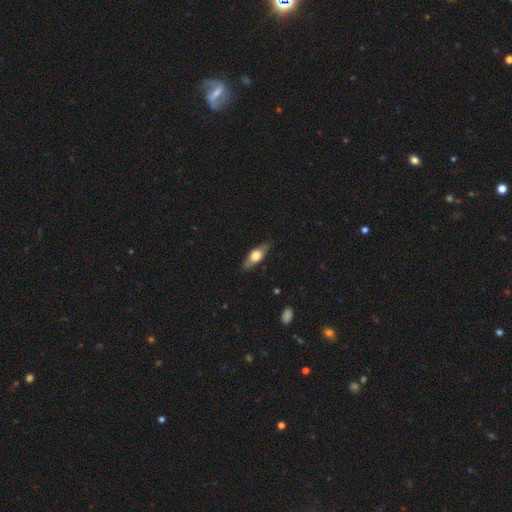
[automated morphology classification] smooth-or-featured: smooth: 50% | featured or disk: 44% | star or artifact: 6%
  merging: none: 83% | minor disturbance: 13% | major disturbance: 3% | merger: 1%